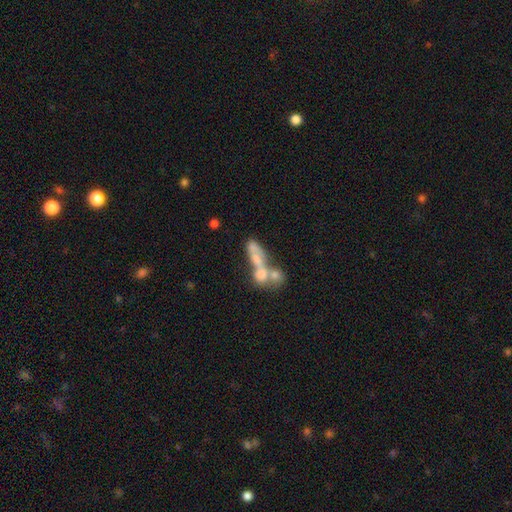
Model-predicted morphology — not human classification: Q: Smooth or featured?
A: smooth (53%); runner-up: featured or disk (35%)
Q: How rounded?
A: in between (55%); runner-up: cigar-shaped (32%)
Q: Merging?
A: merger (67%); runner-up: none (14%)